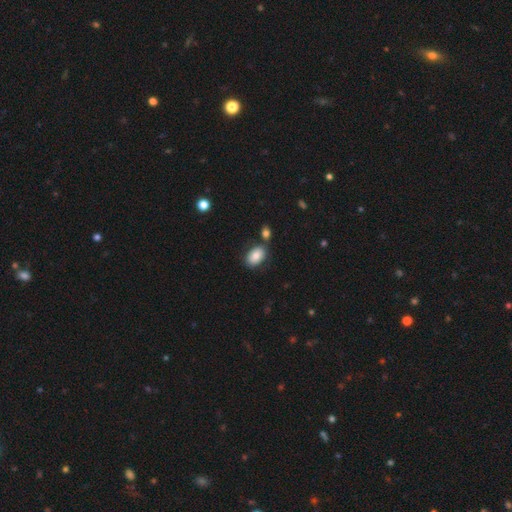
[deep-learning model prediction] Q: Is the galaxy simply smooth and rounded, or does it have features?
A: smooth — 82%.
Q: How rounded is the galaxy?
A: in between — 89%.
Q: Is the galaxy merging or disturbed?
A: none — 71%.